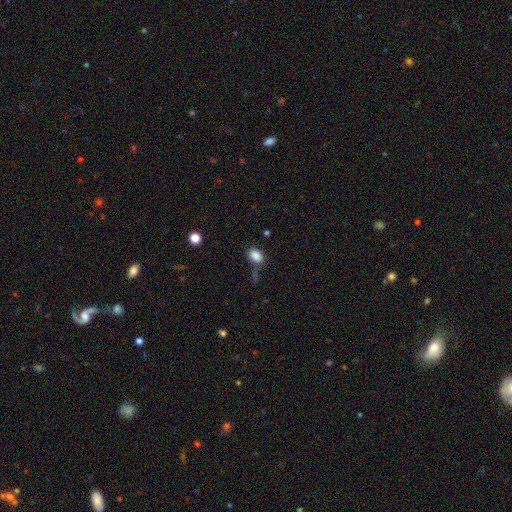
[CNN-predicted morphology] type=smooth (86%); roundness=in between (79%); merging=none (66%).